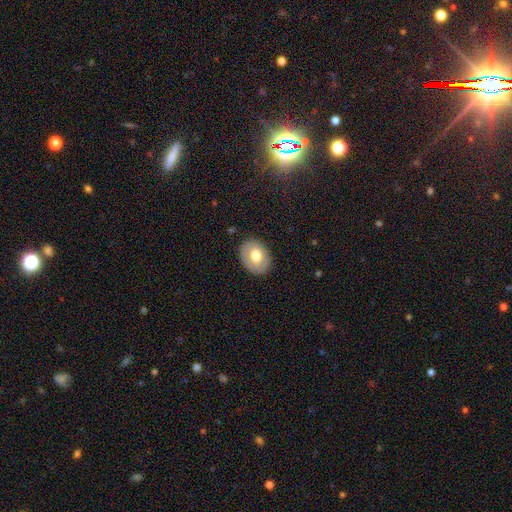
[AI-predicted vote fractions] The model was most divided on "how rounded": in between: 63%, round: 36%, cigar-shaped: 1%. More confident: merging — none (84%); smooth or featured — smooth (64%).